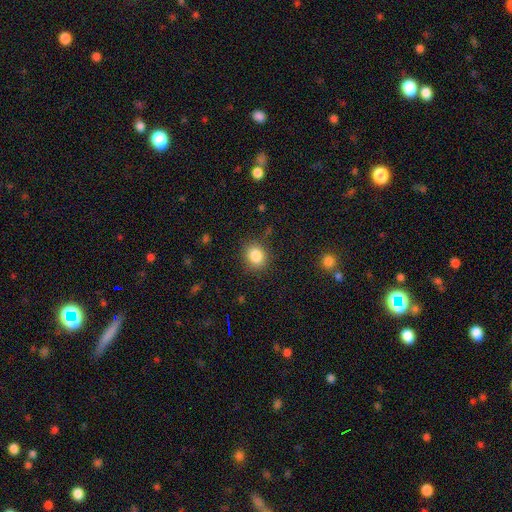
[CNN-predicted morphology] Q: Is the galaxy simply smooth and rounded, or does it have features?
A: smooth — 85%.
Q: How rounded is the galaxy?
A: round — 71%.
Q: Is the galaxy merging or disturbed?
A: none — 85%.